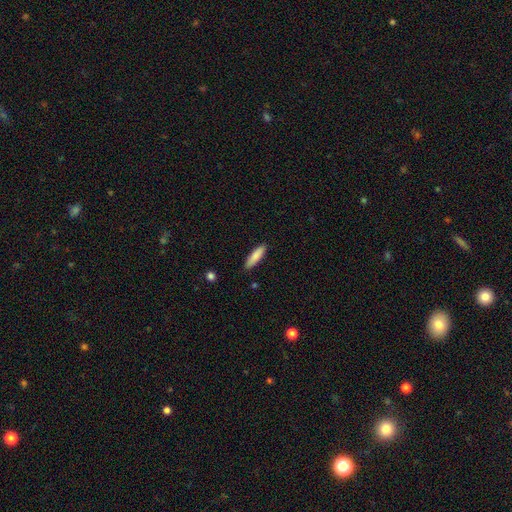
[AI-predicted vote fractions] This appears to be a smooth galaxy with no disk features (84%) that is cigar-shaped (67%). Merging: none (88%).